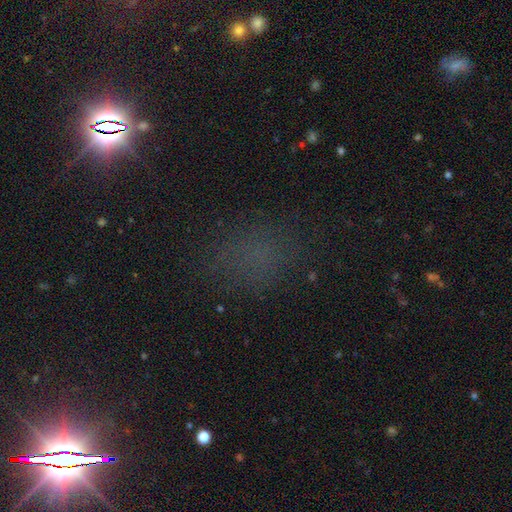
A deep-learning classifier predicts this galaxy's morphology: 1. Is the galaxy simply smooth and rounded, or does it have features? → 54% star or artifact, 36% smooth, 10% featured or disk.